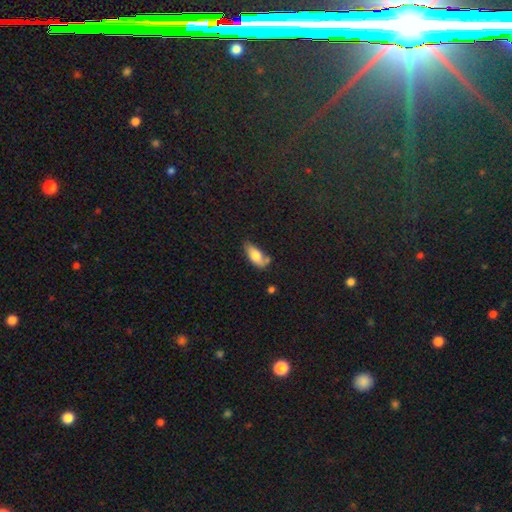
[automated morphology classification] A smooth galaxy with no disk features (75%) that is in between round and cigar-shaped (81%).

Vote fractions:
- Smooth or featured? smooth: 75% / featured or disk: 18% / star or artifact: 7%
- How rounded? in between: 81% / cigar-shaped: 16% / round: 3%
- Merging? none: 49% / minor disturbance: 28% / merger: 14% / major disturbance: 9%